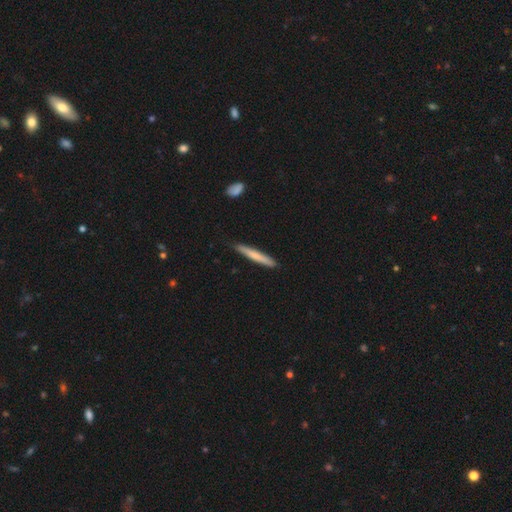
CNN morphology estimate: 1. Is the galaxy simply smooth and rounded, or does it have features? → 70% smooth, 25% featured or disk, 5% star or artifact.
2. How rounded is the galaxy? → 96% cigar-shaped, 3% in between, 1% round.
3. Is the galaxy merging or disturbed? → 87% none, 10% minor disturbance, 2% major disturbance, 1% merger.